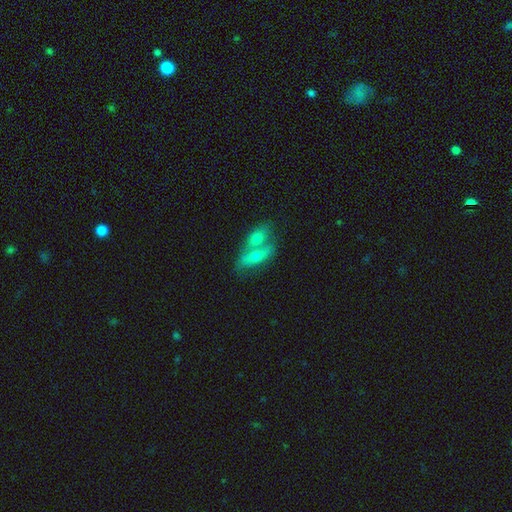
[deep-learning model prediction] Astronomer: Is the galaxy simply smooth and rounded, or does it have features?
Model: smooth — 52% (runner-up: featured or disk, 39%).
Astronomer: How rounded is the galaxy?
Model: in between — 67%.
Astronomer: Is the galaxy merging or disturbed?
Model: merger — 61%.